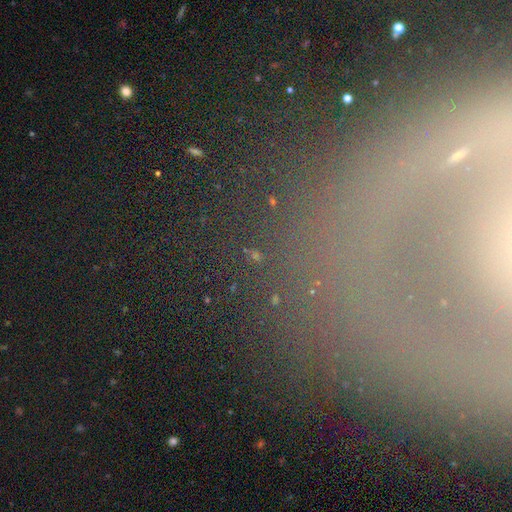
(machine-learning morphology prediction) A star or artifact, not a galaxy (55%).